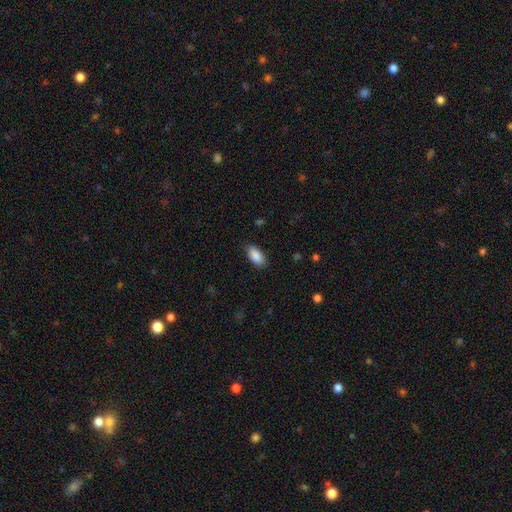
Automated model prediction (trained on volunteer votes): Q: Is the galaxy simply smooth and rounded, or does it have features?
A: smooth — 89%.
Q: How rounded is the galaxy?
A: in between — 93%.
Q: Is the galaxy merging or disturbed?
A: none — 85%.